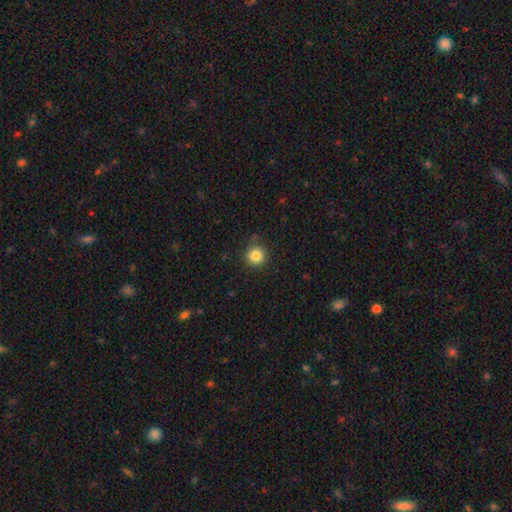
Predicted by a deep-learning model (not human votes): Smooth or featured? smooth (84%)
How rounded? round (94%)
Merging? none (87%)